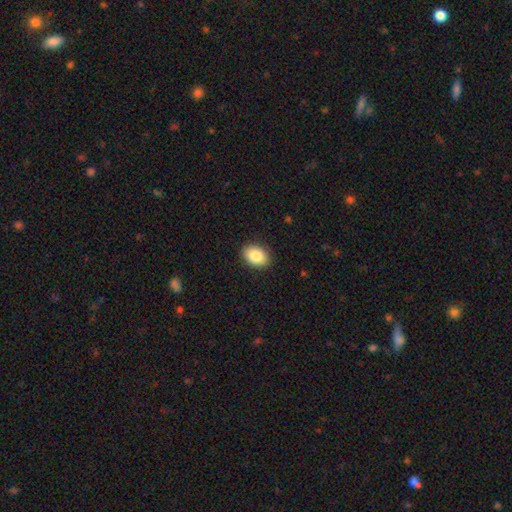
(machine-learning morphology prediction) Overall: smooth (87%). How rounded: in between (82%). Merging: none (89%).